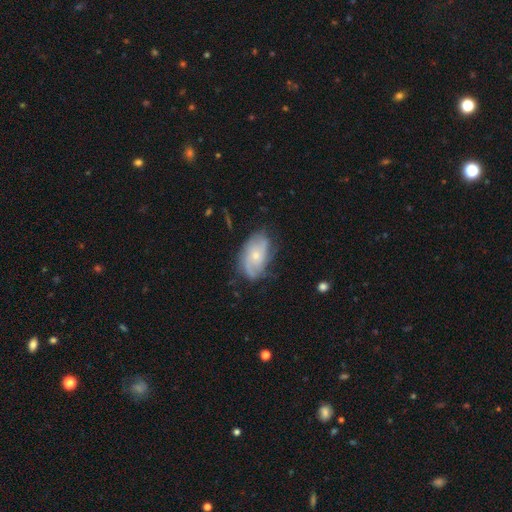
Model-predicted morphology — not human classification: smooth_or_featured: featured or disk (p=0.64) [alt: smooth p=0.29]
disk_edge_on: no (p=0.95) [alt: yes p=0.05]
bar: no (p=0.78) [alt: weak p=0.19]
has_spiral_arms: yes (p=0.83) [alt: no p=0.17]
spiral_winding: tight (p=0.39) [alt: medium p=0.38]
spiral_arm_count: can't tell (p=0.39) [alt: 2 p=0.29]
bulge_size: small (p=0.63) [alt: moderate p=0.33]
merging: none (p=0.62) [alt: minor disturbance p=0.26]